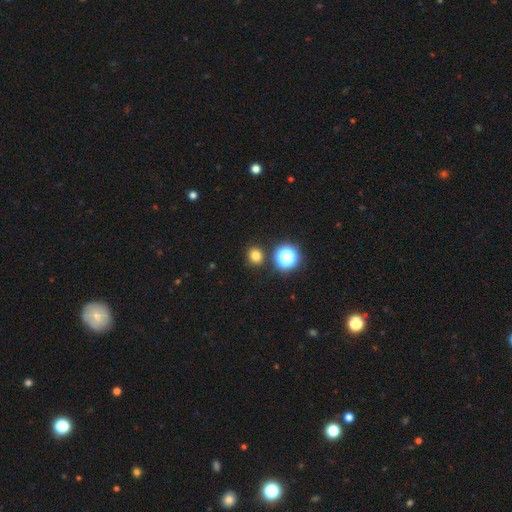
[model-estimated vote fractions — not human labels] This is likely a smooth galaxy (75%). How rounded: clearly round (82%). Merging: clearly none (86%).